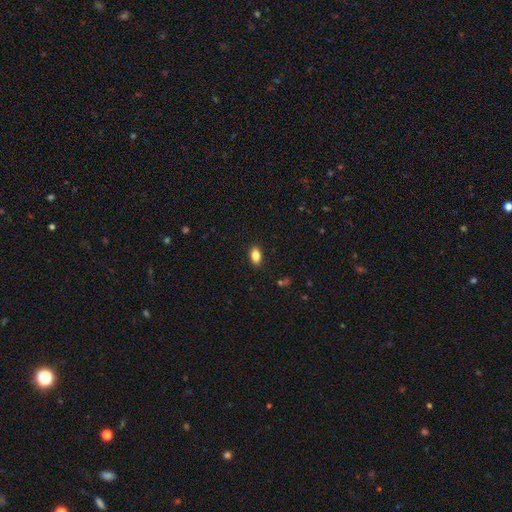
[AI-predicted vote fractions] This appears to be a smooth galaxy with no disk features (83%) that is in between round and cigar-shaped (88%). Merging: none (89%).